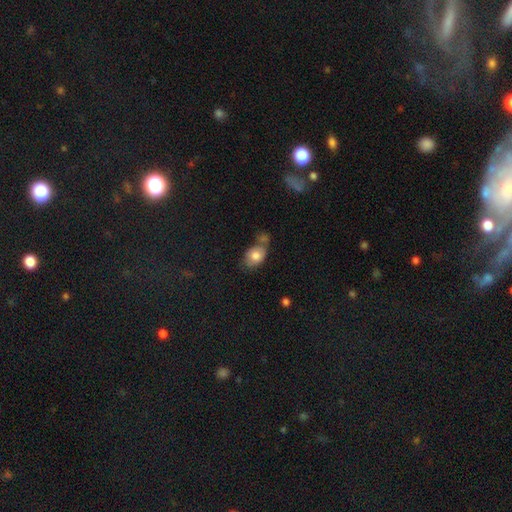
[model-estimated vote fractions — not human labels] Smooth or featured? smooth (78%)
How rounded? in between (78%)
Merging? none (46%)